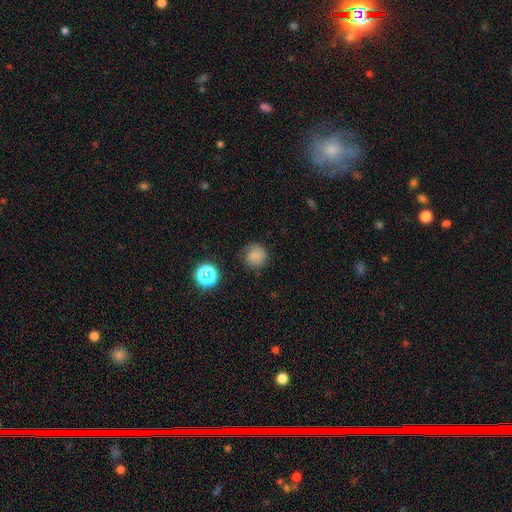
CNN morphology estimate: A smooth galaxy with no disk features (75%) that is round (91%).

Vote fractions:
- Smooth or featured? smooth: 75% / star or artifact: 16% / featured or disk: 9%
- How rounded? round: 91% / in between: 8% / cigar-shaped: 1%
- Merging? none: 78% / minor disturbance: 15% / major disturbance: 5% / merger: 2%